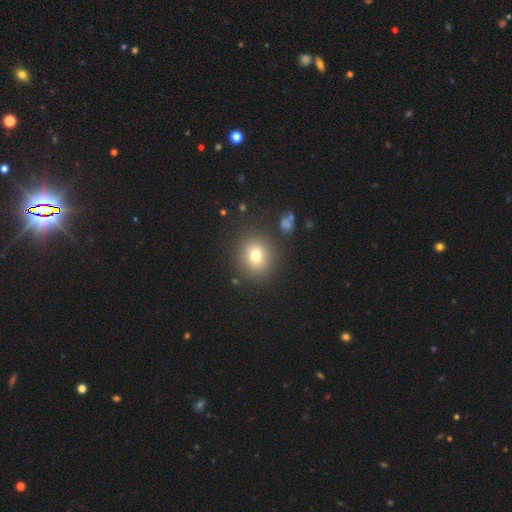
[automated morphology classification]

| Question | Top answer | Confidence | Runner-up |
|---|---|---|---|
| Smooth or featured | smooth | 74% | star or artifact (14%) |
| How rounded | round | 80% | in between (19%) |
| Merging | none | 86% | minor disturbance (8%) |